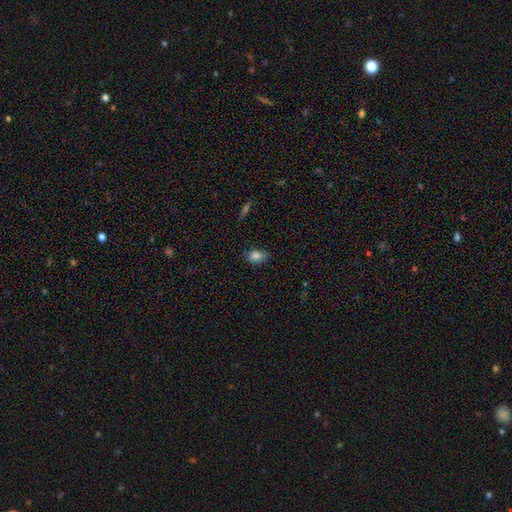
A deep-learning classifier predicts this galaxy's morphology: smooth_or_featured: smooth (p=0.84) [alt: star or artifact p=0.10]
how_rounded: in between (p=0.79) [alt: round p=0.18]
merging: none (p=0.68) [alt: minor disturbance p=0.26]